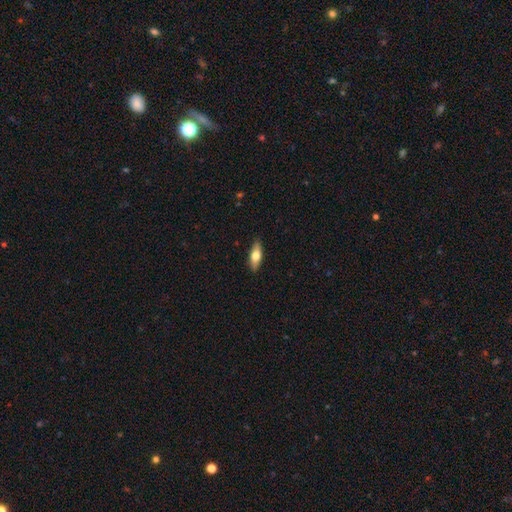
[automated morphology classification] Q: Smooth or featured?
A: smooth (63%); runner-up: featured or disk (31%)
Q: How rounded?
A: in between (63%); runner-up: cigar-shaped (34%)
Q: Merging?
A: none (87%); runner-up: minor disturbance (10%)